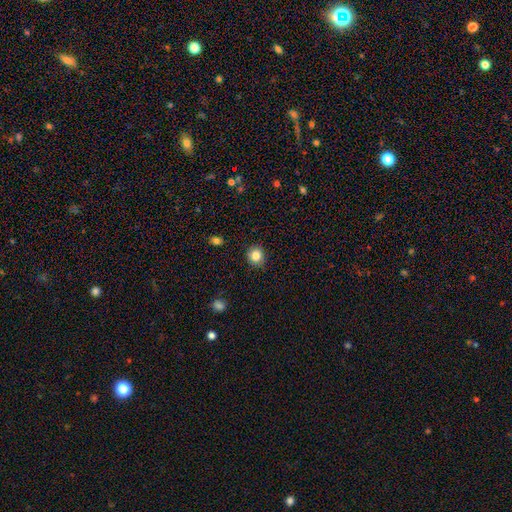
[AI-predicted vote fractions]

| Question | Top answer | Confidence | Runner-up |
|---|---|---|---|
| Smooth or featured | smooth | 83% | star or artifact (11%) |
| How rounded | round | 85% | in between (14%) |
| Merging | none | 89% | minor disturbance (8%) |